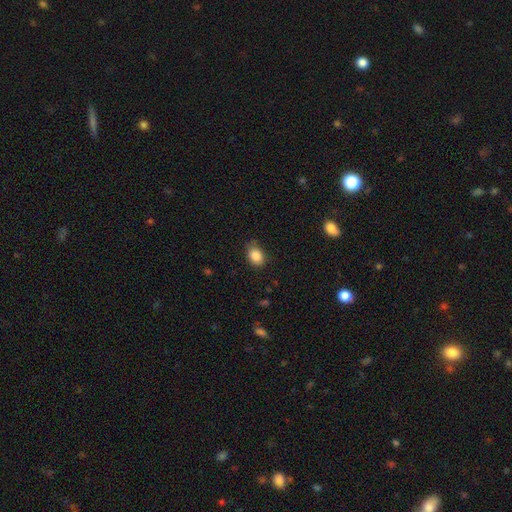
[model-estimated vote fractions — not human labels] This appears to be a smooth galaxy with no disk features (87%) that is in between round and cigar-shaped (62%). Merging: none (74%).